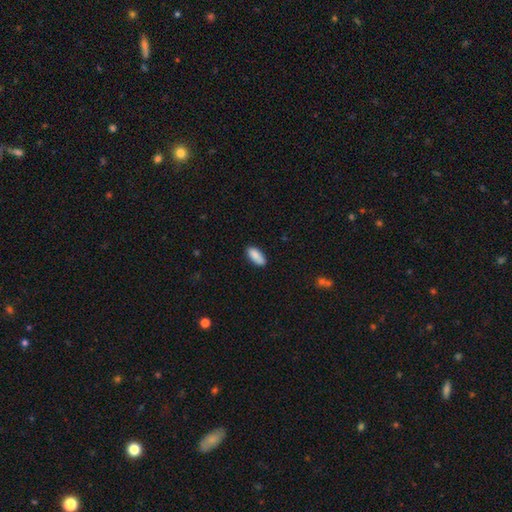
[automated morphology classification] smooth 89%, star or artifact 6%, featured or disk 5%. Down the decision tree: how rounded — in between (86%); merging — none (84%).